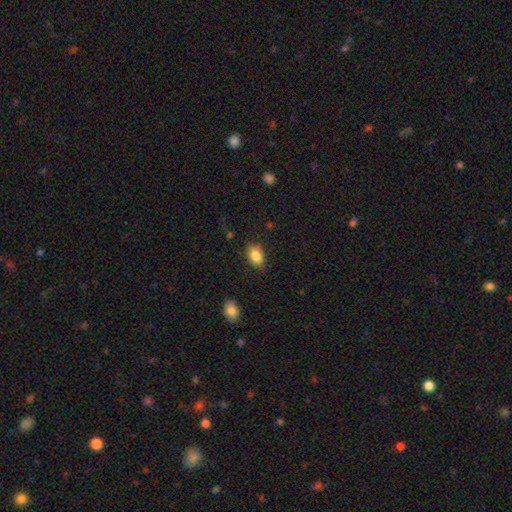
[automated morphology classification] This is clearly a smooth galaxy (85%). How rounded: clearly in between (85%). Merging: clearly none (81%).